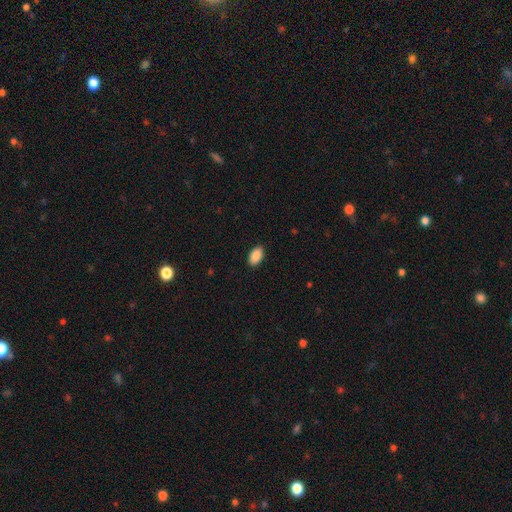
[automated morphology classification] A smooth galaxy with no disk features (88%) that is in between round and cigar-shaped (94%). Merging: none (89%).